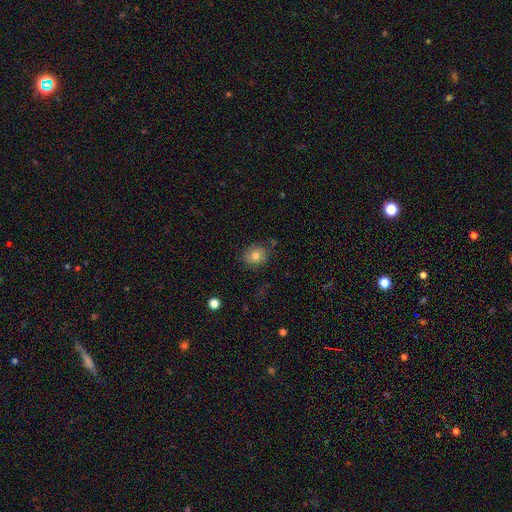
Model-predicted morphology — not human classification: A smooth galaxy with no disk features (78%) that is round (71%). Merging: none (80%).